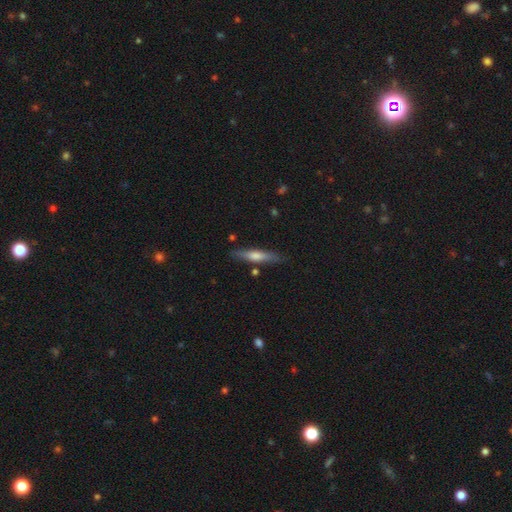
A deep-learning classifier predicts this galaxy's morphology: This is possibly a featured or disk galaxy (52%). It is clearly viewed edge-on (94%). Merging: clearly none (85%).